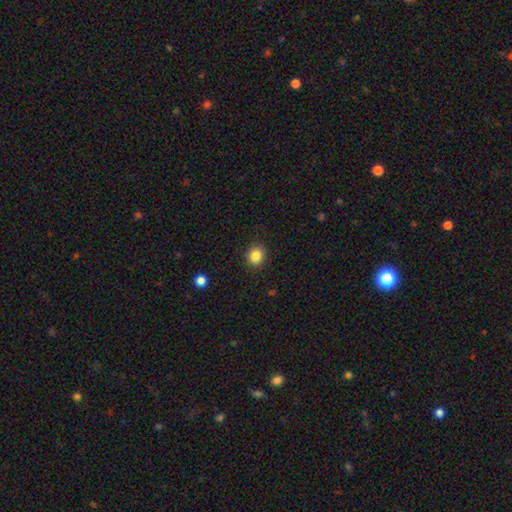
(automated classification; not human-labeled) Smooth or featured? smooth (85%)
How rounded? round (77%)
Merging? none (90%)